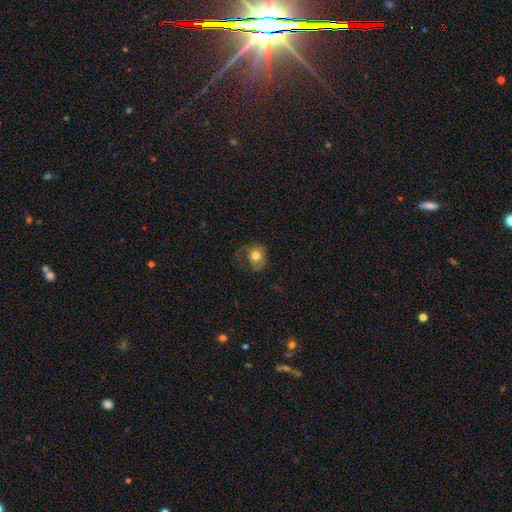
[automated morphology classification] The model was most divided on "merging": none: 53%, minor disturbance: 28%, major disturbance: 18%, merger: 1%. More confident: smooth or featured — smooth (73%); how rounded — round (68%).